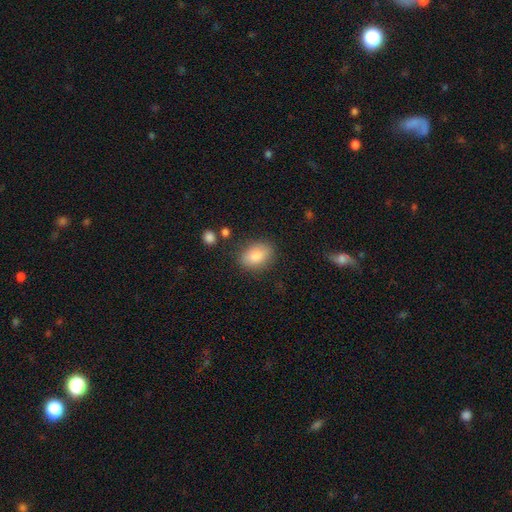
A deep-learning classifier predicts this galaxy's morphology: smooth-or-featured: smooth: 83% | featured or disk: 9% | star or artifact: 8%
  how-rounded: in between: 82% | round: 16% | cigar-shaped: 2%
  merging: none: 82% | minor disturbance: 12% | major disturbance: 3% | merger: 2%